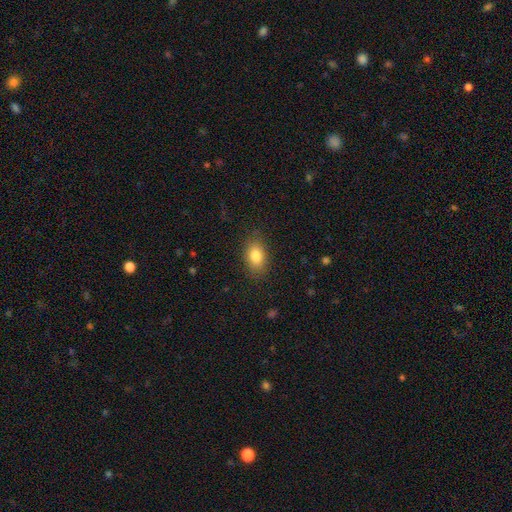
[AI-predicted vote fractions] smooth_or_featured: smooth (p=0.83) [alt: star or artifact p=0.09]
how_rounded: in between (p=0.85) [alt: round p=0.13]
merging: none (p=0.84) [alt: minor disturbance p=0.11]